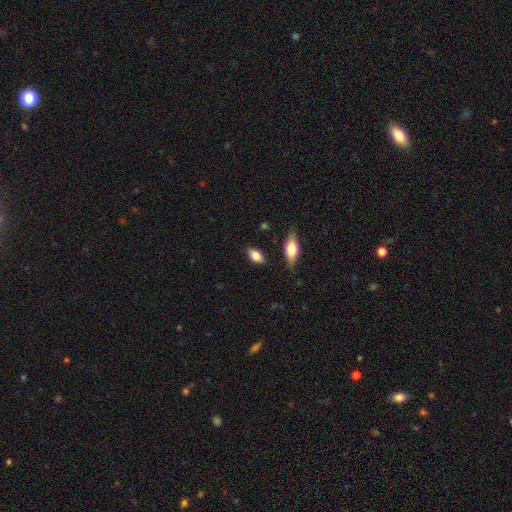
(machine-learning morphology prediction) A smooth galaxy with no disk features (81%) that is in between round and cigar-shaped (88%). Merging: none (83%).